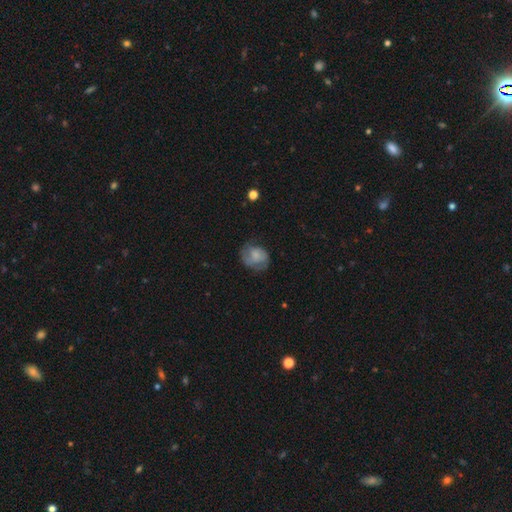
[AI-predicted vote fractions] smooth 53%, featured or disk 39%, star or artifact 9%. Down the decision tree: how rounded — round (55%); merging — none (55%).